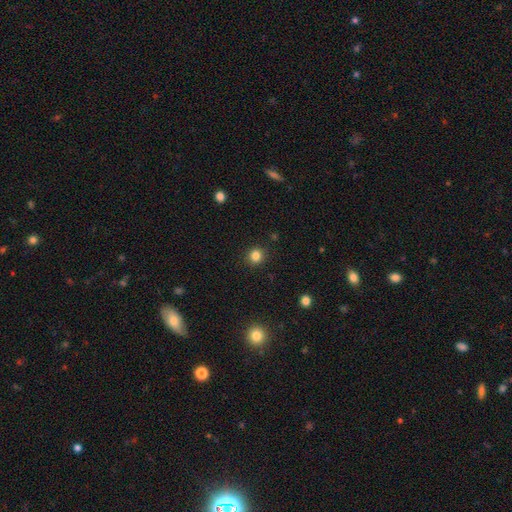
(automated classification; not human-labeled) A smooth galaxy with no disk features (83%) that is round (88%). Merging: none (91%).